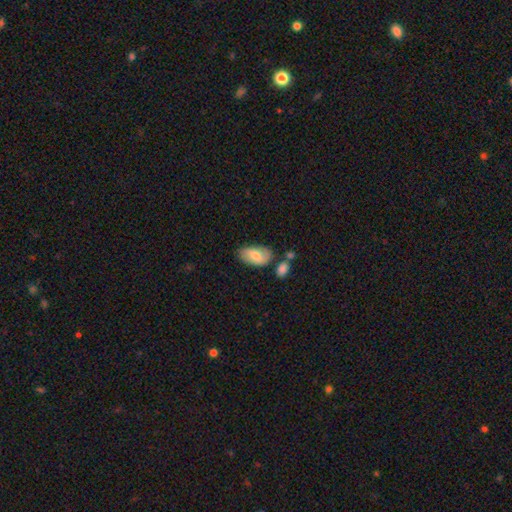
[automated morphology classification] smooth_or_featured: smooth (p=0.74) [alt: featured or disk p=0.20]
how_rounded: in between (p=0.94) [alt: round p=0.04]
merging: none (p=0.62) [alt: minor disturbance p=0.22]